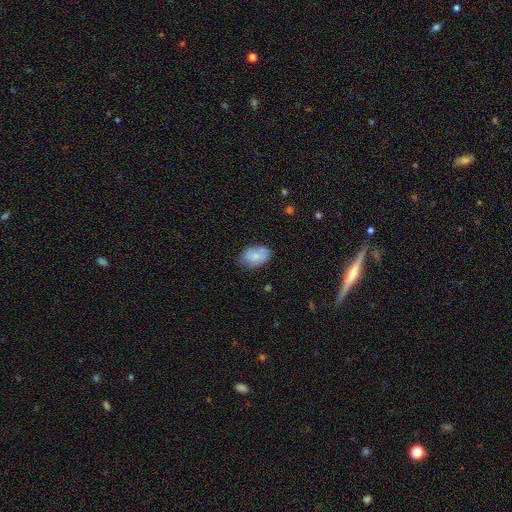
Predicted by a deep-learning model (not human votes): Smooth or featured? smooth (75%)
How rounded? in between (85%)
Merging? none (65%)